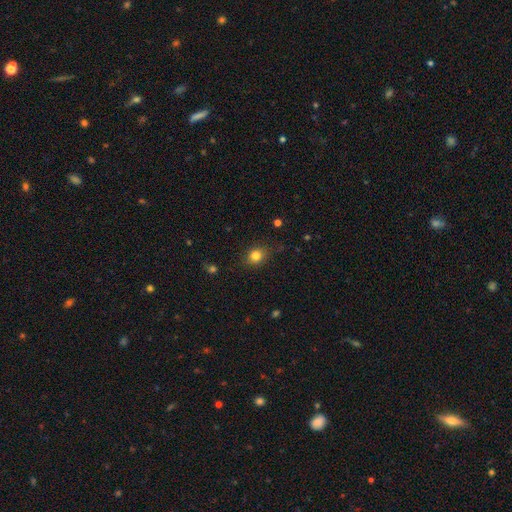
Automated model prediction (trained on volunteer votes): A smooth galaxy with no disk features (81%) that is round (68%).

Vote fractions:
- Smooth or featured? smooth: 81% / star or artifact: 12% / featured or disk: 7%
- How rounded? round: 68% / in between: 30% / cigar-shaped: 1%
- Merging? none: 82% / minor disturbance: 13% / major disturbance: 3% / merger: 1%